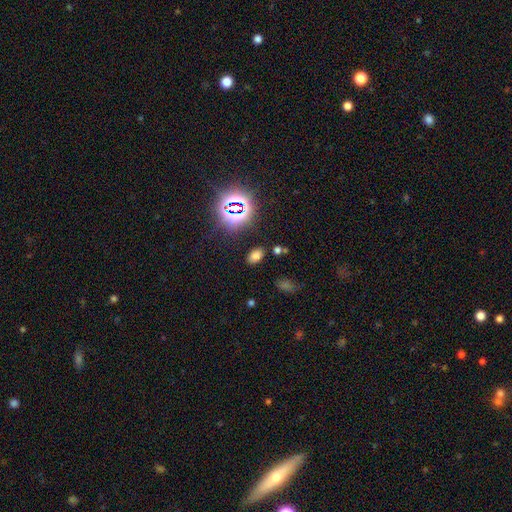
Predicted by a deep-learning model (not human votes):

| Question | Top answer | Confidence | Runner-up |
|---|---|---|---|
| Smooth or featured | smooth | 66% | star or artifact (27%) |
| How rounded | in between | 89% | round (9%) |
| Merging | none | 85% | minor disturbance (9%) |